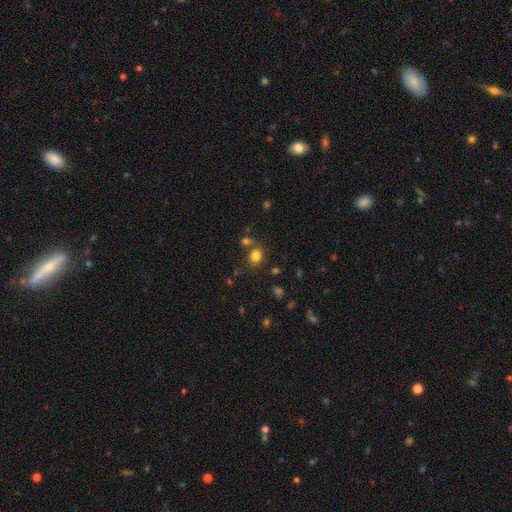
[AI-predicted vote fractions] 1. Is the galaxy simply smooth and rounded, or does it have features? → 80% smooth, 13% star or artifact, 7% featured or disk.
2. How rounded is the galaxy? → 51% in between, 48% round, 1% cigar-shaped.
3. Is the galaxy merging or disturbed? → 66% none, 17% merger, 13% minor disturbance, 5% major disturbance.